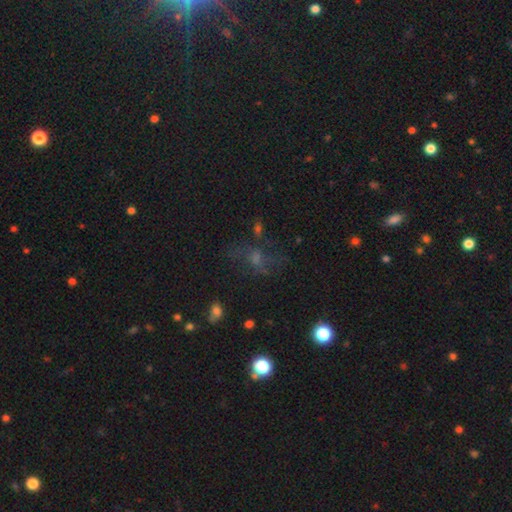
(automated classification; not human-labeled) Morphology: type=star or artifact (40%).